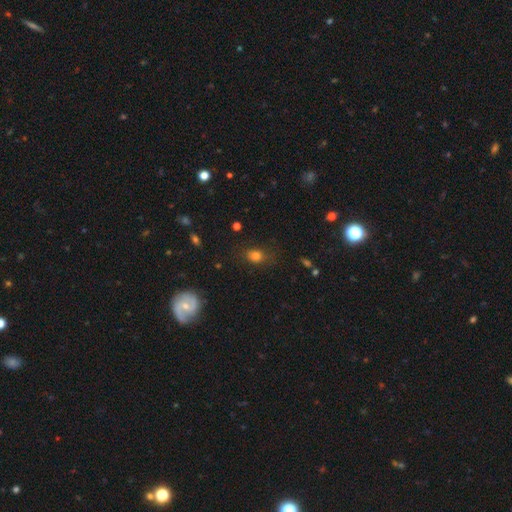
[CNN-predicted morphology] Smooth or featured: smooth — 77% (star or artifact — 15%)
How rounded: in between — 57% (round — 40%)
Merging: none — 73% (minor disturbance — 18%)